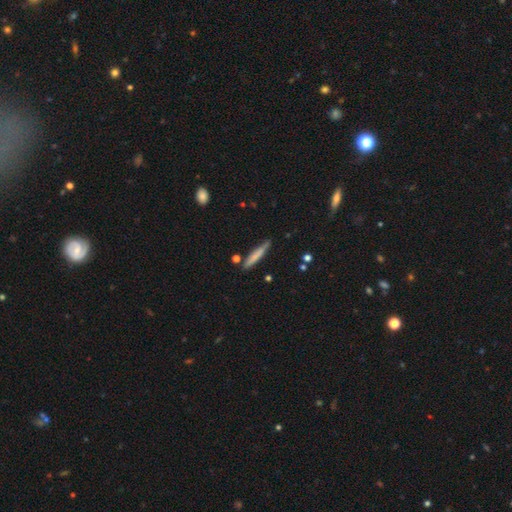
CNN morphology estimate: Smooth or featured?
  - smooth: 67% *
  - featured or disk: 26%
  - star or artifact: 6%
How rounded?
  - cigar-shaped: 93% *
  - in between: 6%
  - round: 2%
Merging?
  - none: 78% *
  - minor disturbance: 15%
  - merger: 4%
  - major disturbance: 3%